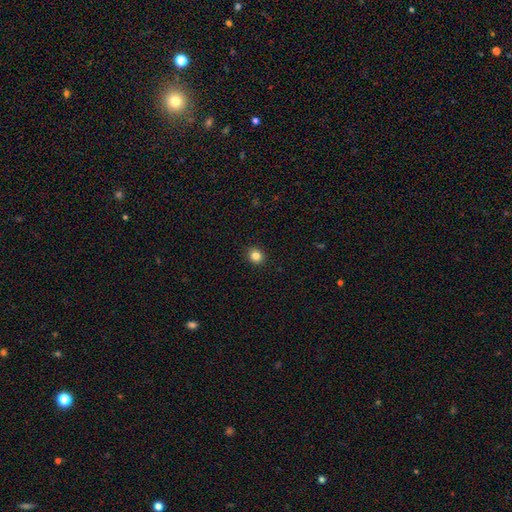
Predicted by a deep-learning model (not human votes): Q: Smooth or featured?
A: smooth (83%); runner-up: star or artifact (12%)
Q: How rounded?
A: round (88%); runner-up: in between (11%)
Q: Merging?
A: none (93%); runner-up: minor disturbance (5%)